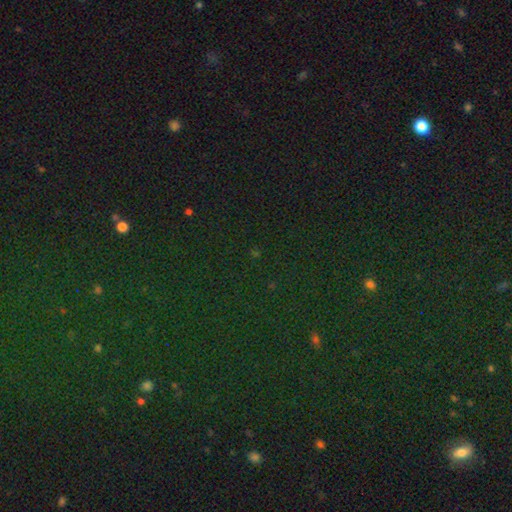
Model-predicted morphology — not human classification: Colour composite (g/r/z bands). It shows a star or artifact, not a galaxy (79%).